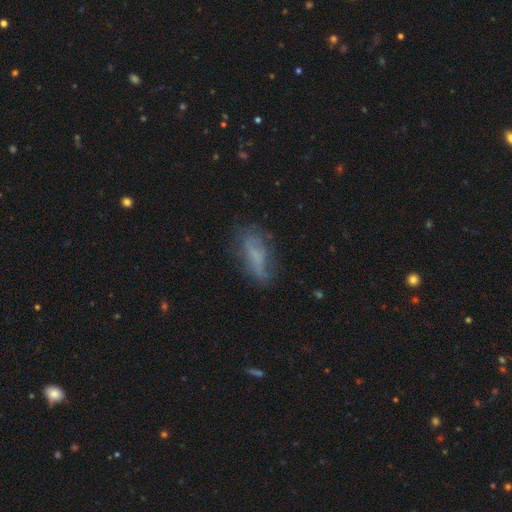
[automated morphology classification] smooth_or_featured: smooth (p=0.52) [alt: featured or disk p=0.36]
how_rounded: in between (p=0.66) [alt: cigar-shaped p=0.31]
merging: none (p=0.57) [alt: minor disturbance p=0.26]